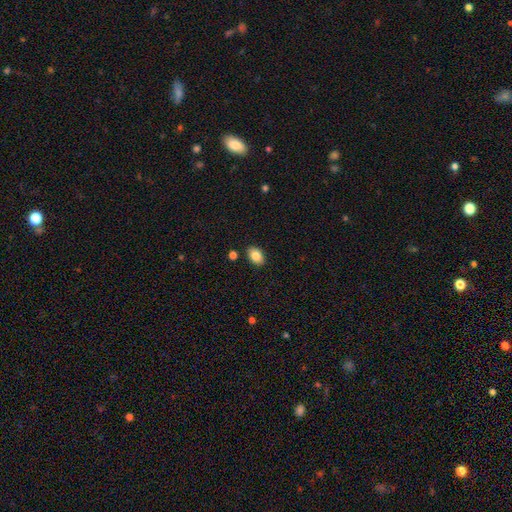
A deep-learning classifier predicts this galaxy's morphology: smooth 85%, star or artifact 8%, featured or disk 7%. Down the decision tree: how rounded — in between (86%); merging — none (87%).